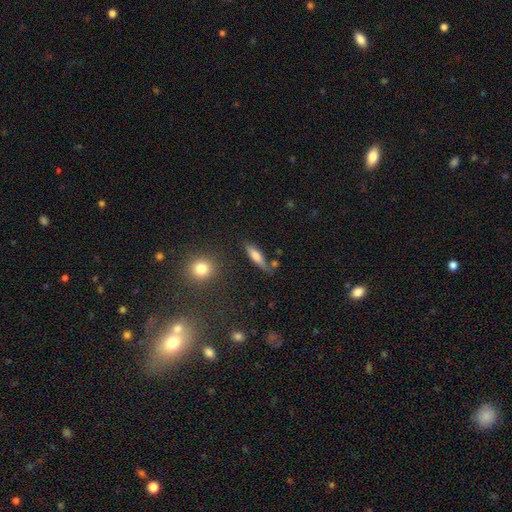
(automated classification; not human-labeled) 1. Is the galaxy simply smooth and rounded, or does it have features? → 64% smooth, 27% featured or disk, 9% star or artifact.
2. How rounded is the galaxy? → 66% cigar-shaped, 31% in between, 3% round.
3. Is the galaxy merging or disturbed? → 71% none, 17% minor disturbance, 7% merger, 5% major disturbance.